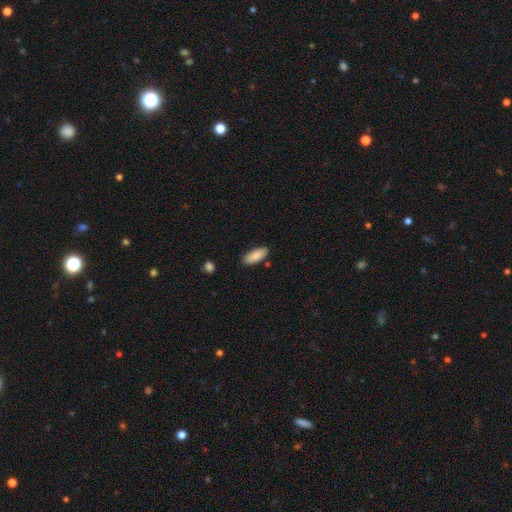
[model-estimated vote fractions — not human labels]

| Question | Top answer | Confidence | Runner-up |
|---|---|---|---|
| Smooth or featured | smooth | 88% | featured or disk (6%) |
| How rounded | in between | 82% | cigar-shaped (16%) |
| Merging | none | 86% | minor disturbance (10%) |